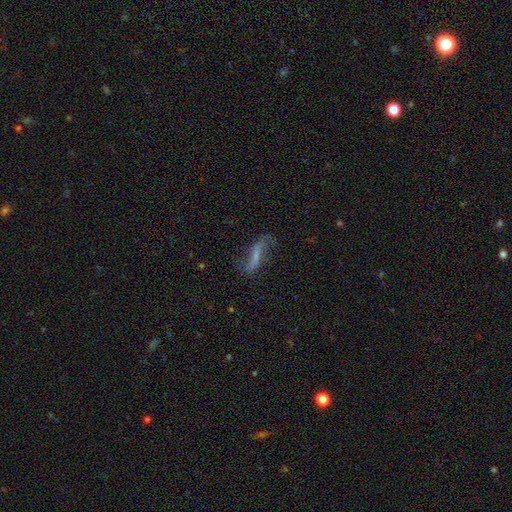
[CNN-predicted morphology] smooth_or_featured: featured or disk (p=0.71) [alt: smooth p=0.20]
disk_edge_on: no (p=0.88) [alt: yes p=0.12]
bar: strong (p=0.41) [alt: weak p=0.34]
has_spiral_arms: yes (p=0.88) [alt: no p=0.12]
spiral_winding: loose (p=0.88) [alt: medium p=0.09]
spiral_arm_count: 2 (p=0.89) [alt: 1 p=0.05]
bulge_size: none (p=0.47) [alt: small p=0.36]
merging: none (p=0.63) [alt: minor disturbance p=0.20]